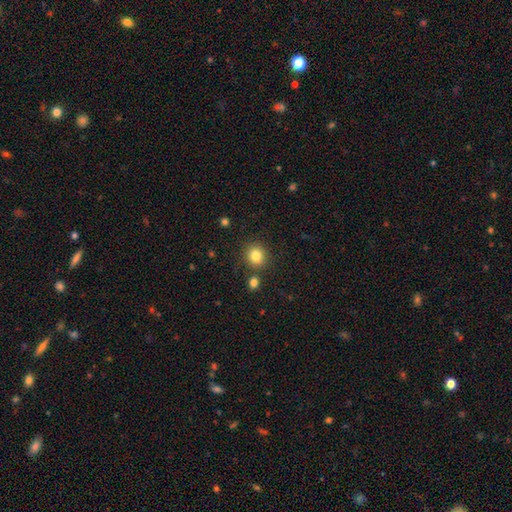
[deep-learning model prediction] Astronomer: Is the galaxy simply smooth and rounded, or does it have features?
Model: smooth — 82%.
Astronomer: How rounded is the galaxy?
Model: round — 84%.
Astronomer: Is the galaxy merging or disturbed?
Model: none — 83%.